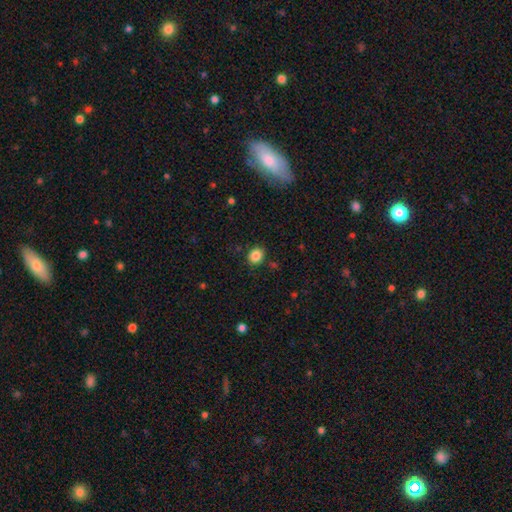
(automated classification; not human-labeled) Smooth or featured?
  - smooth: 85% *
  - star or artifact: 10%
  - featured or disk: 4%
How rounded?
  - round: 69% *
  - in between: 30%
  - cigar-shaped: 1%
Merging?
  - none: 87% *
  - minor disturbance: 8%
  - major disturbance: 2%
  - merger: 2%